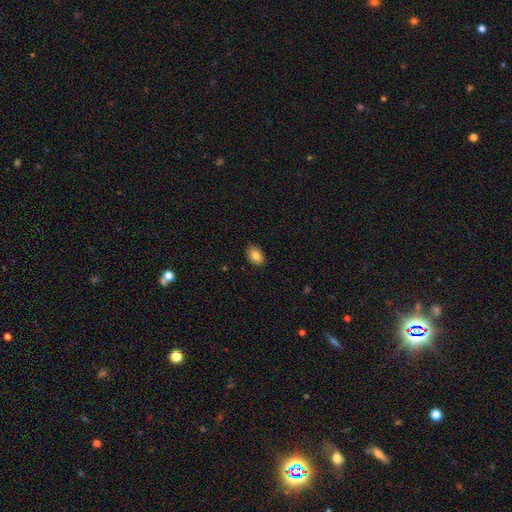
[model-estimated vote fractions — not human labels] Overall: smooth (85%). How rounded: in between (88%). Merging: none (88%).